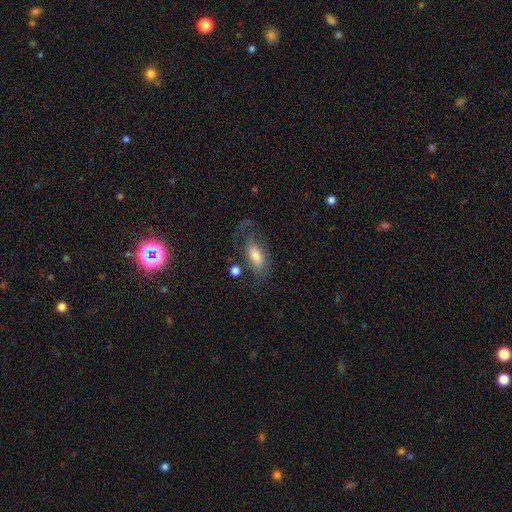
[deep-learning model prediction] This is possibly a smooth galaxy (56%). How rounded: clearly in between (85%). Merging: marginally none (45%).